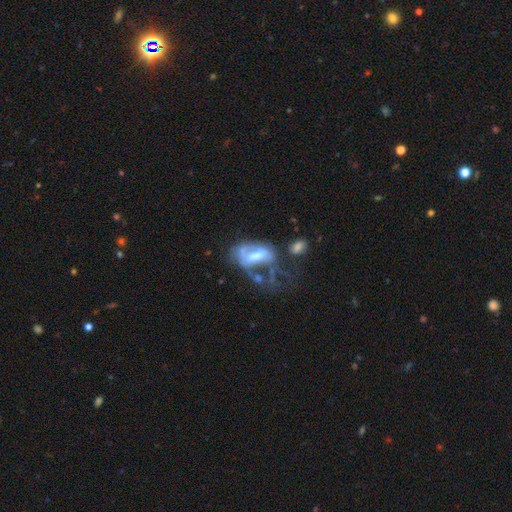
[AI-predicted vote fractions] The model was most divided on "bar" (2-way tie): no: 34%, weak: 34%, strong: 32%. Remaining: edge-on disk — no (93%); spiral arms — no (63%); smooth or featured — featured or disk (60%); bulge size — moderate (43%); merging — major disturbance (42%).